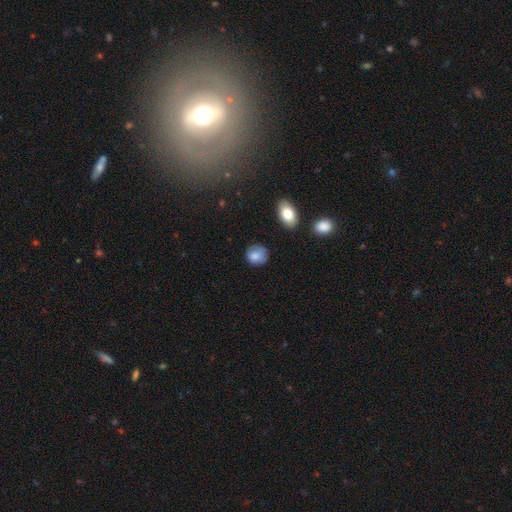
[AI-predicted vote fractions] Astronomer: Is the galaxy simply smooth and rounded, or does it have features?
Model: smooth — 84%.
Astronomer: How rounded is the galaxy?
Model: round — 73%.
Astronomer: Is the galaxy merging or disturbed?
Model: none — 72%.